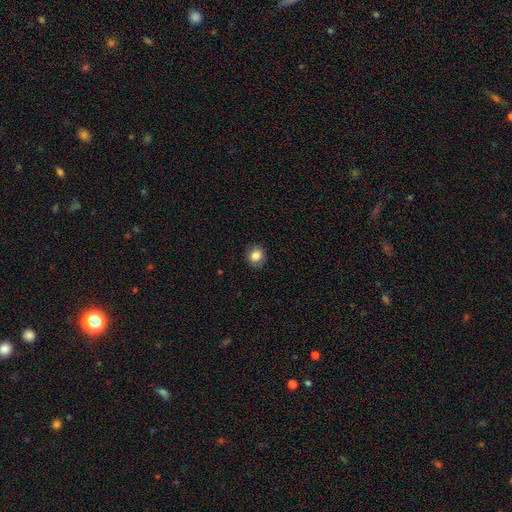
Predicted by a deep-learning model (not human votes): Overall: smooth (84%). How rounded: round (76%). Merging: none (87%).